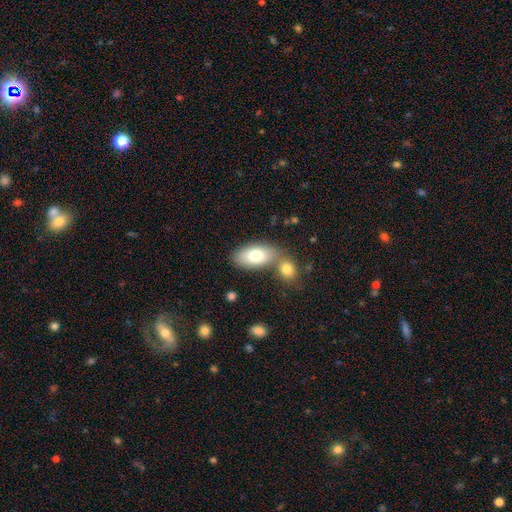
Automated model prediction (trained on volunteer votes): smooth_or_featured: smooth (p=0.77) [alt: featured or disk p=0.17]
how_rounded: in between (p=0.92) [alt: round p=0.05]
merging: none (p=0.51) [alt: merger p=0.35]